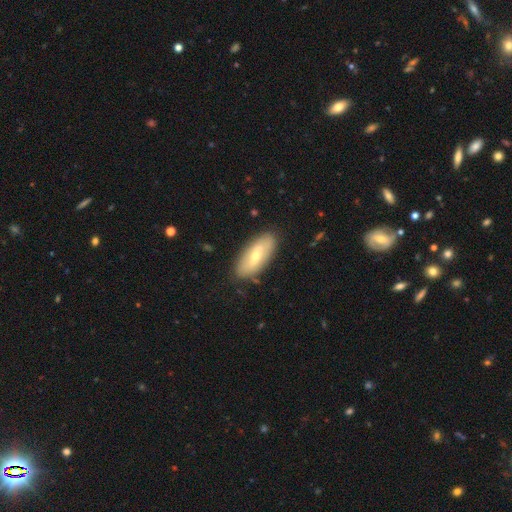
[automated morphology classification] The model was most divided on "smooth or featured": smooth: 52%, featured or disk: 42%, star or artifact: 6%. More confident: merging — none (85%); how rounded — in between (81%).